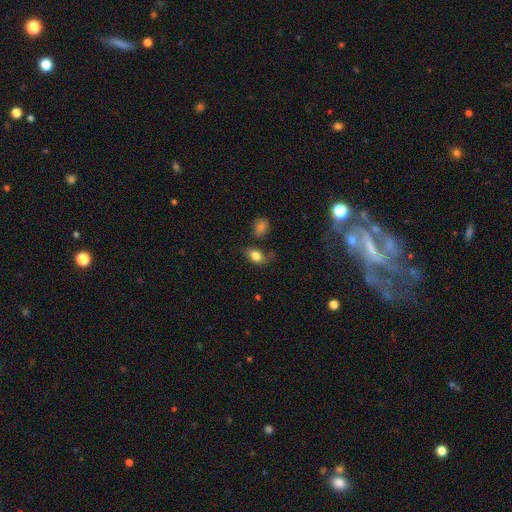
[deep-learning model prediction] Smooth or featured? smooth (82%)
How rounded? in between (78%)
Merging? none (58%)